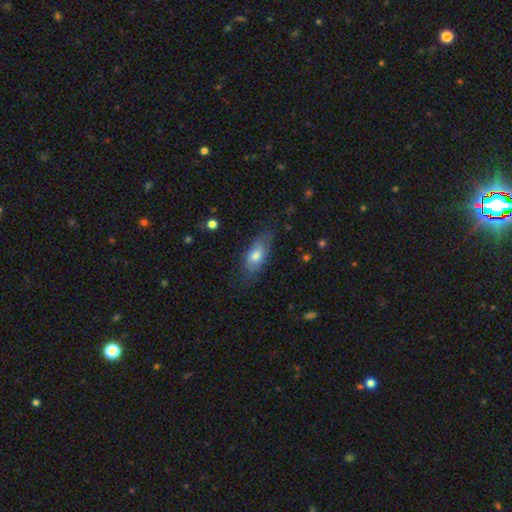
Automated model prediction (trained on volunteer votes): Q: Smooth or featured?
A: smooth (65%); runner-up: featured or disk (28%)
Q: How rounded?
A: in between (84%); runner-up: cigar-shaped (12%)
Q: Merging?
A: none (64%); runner-up: minor disturbance (26%)